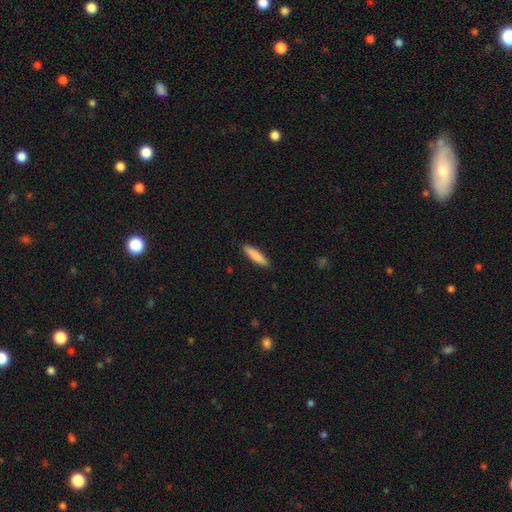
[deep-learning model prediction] smooth 86%, featured or disk 9%, star or artifact 5%. Down the decision tree: how rounded — cigar-shaped (81%); merging — none (90%).